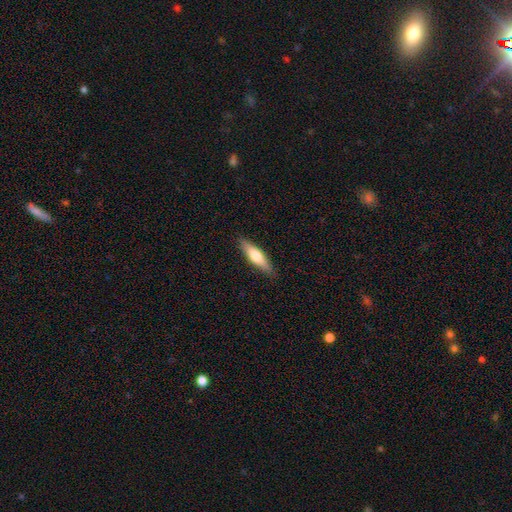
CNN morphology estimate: Smooth or featured: smooth — 59% (featured or disk — 35%)
How rounded: cigar-shaped — 66% (in between — 32%)
Merging: none — 88% (minor disturbance — 9%)